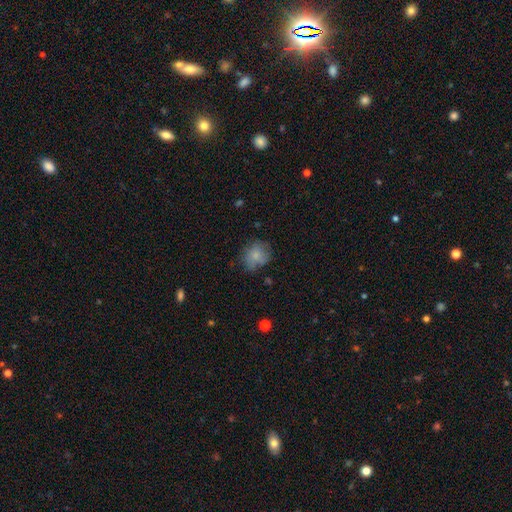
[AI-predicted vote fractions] Smooth or featured? Predicted: smooth (p=0.76). How rounded? Predicted: round (p=0.64). Merging? Predicted: none (p=0.60).